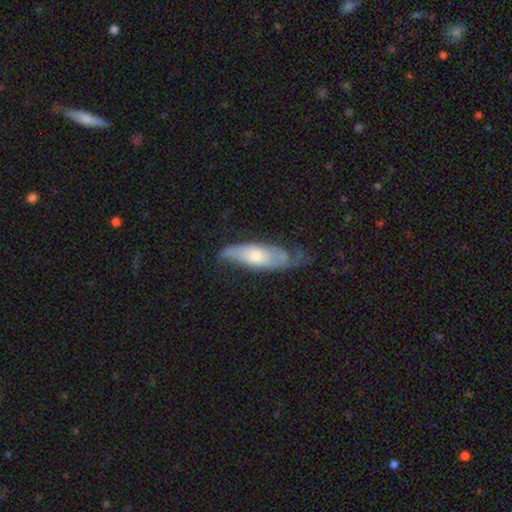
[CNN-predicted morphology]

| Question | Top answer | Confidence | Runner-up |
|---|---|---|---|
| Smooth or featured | featured or disk | 55% | smooth (40%) |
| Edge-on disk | no | 72% | yes (28%) |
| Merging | none | 46% | minor disturbance (33%) |